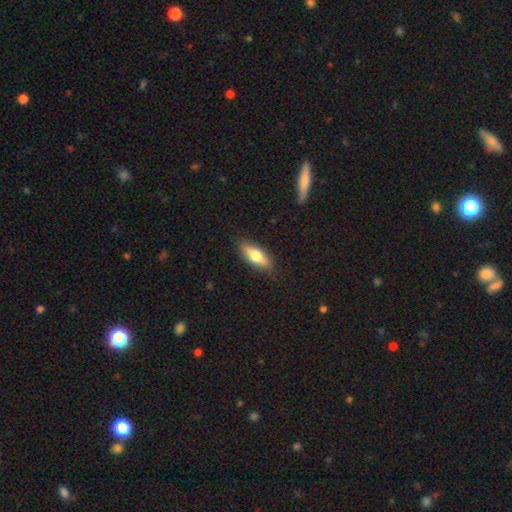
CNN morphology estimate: smooth 63%, featured or disk 31%, star or artifact 6%. Down the decision tree: how rounded — in between (65%); merging — none (87%).